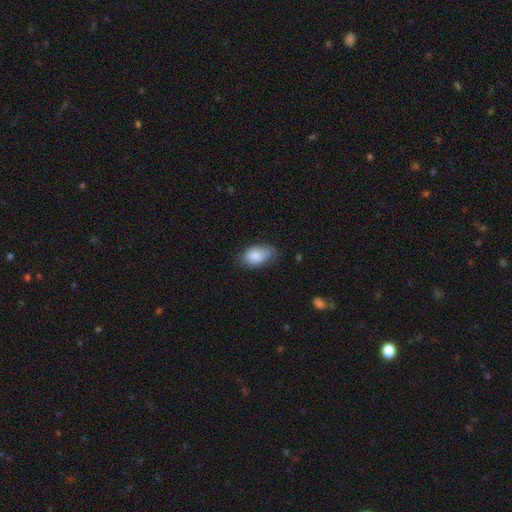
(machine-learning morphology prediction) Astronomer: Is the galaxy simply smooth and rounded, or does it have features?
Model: smooth — 84%.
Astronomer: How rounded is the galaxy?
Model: in between — 92%.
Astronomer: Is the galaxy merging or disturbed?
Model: none — 59%.